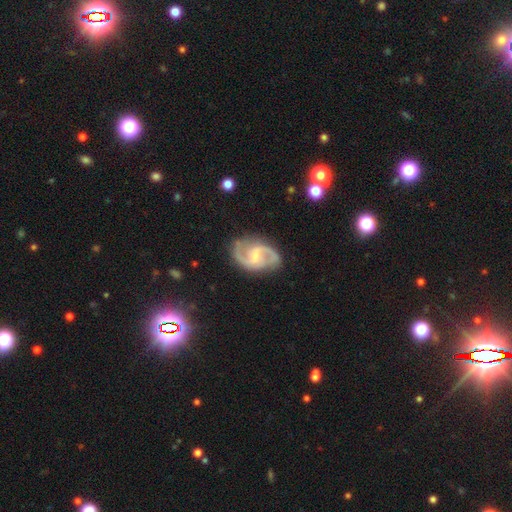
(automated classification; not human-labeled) Smooth or featured: featured or disk — 90% (smooth — 6%)
Edge-on disk: no — 98% (yes — 2%)
Bar: weak — 58% (no — 23%)
Spiral arms: yes — 97% (no — 3%)
Spiral winding: medium — 58% (loose — 28%)
Spiral arm count: 2 — 93% (can't tell — 2%)
Bulge size: small — 50% (moderate — 28%)
Merging: none — 81% (minor disturbance — 14%)